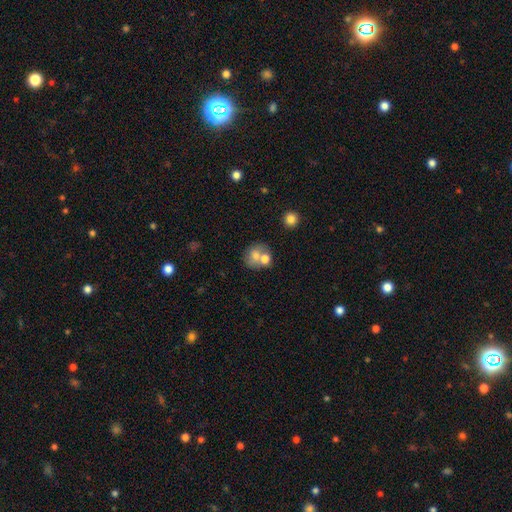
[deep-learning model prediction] A smooth galaxy with no disk features (69%) that is round (73%).

Vote fractions:
- Smooth or featured? smooth: 69% / featured or disk: 21% / star or artifact: 10%
- How rounded? round: 73% / in between: 26% / cigar-shaped: 1%
- Merging? none: 44% / merger: 43% / minor disturbance: 9% / major disturbance: 4%